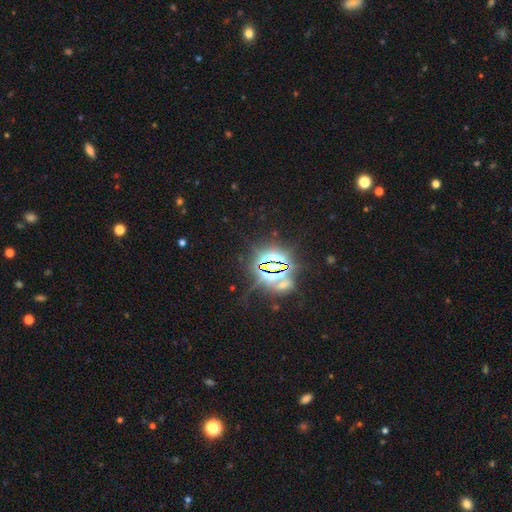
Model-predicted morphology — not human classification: Overall: star or artifact (83%).